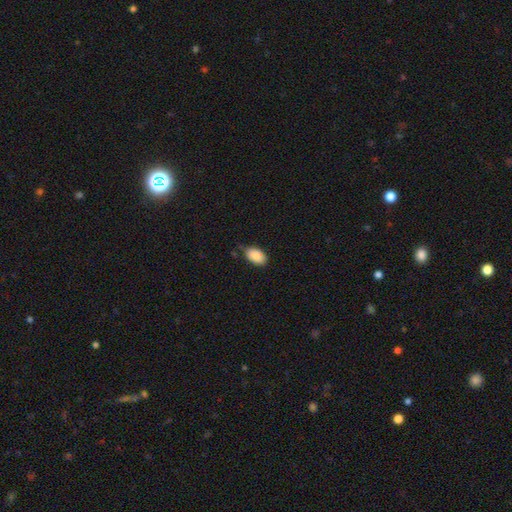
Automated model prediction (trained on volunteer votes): The model was most divided on "merging": none: 70%, minor disturbance: 24%, major disturbance: 3%, merger: 2%. More confident: how rounded — in between (93%); smooth or featured — smooth (88%).